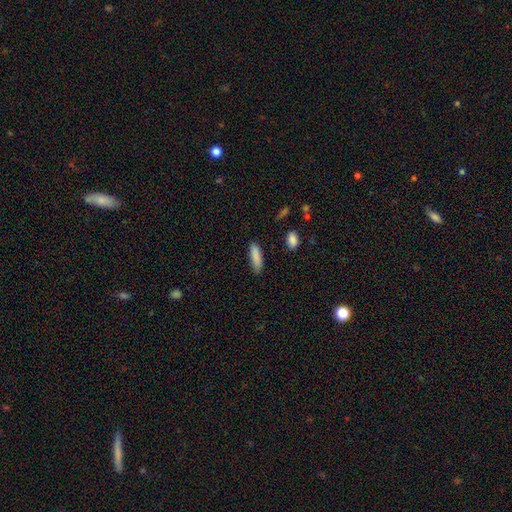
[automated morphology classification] smooth_or_featured: smooth (p=0.87) [alt: star or artifact p=0.07]
how_rounded: cigar-shaped (p=0.61) [alt: in between p=0.38]
merging: none (p=0.80) [alt: minor disturbance p=0.15]